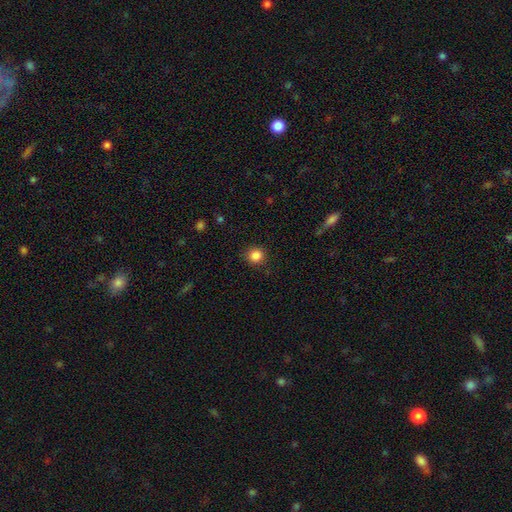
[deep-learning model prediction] smooth 86%, star or artifact 11%, featured or disk 4%. Down the decision tree: how rounded — round (92%); merging — none (89%).